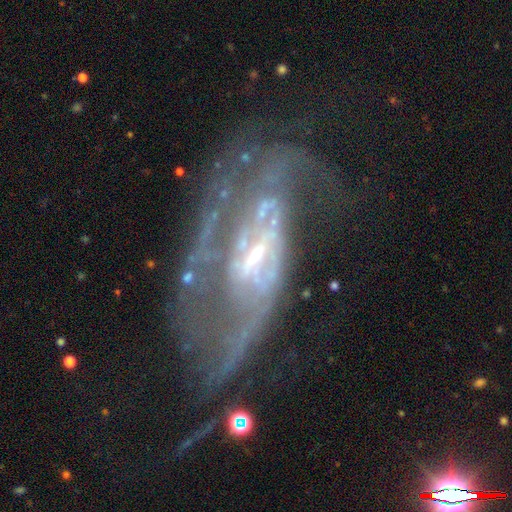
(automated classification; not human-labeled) smooth_or_featured: featured or disk (p=0.83) [alt: star or artifact p=0.09]
disk_edge_on: no (p=0.90) [alt: yes p=0.10]
bar: weak (p=0.40) [alt: strong p=0.38]
has_spiral_arms: yes (p=0.77) [alt: no p=0.23]
spiral_winding: medium (p=0.40) [alt: loose p=0.37]
spiral_arm_count: 2 (p=0.53) [alt: can't tell p=0.26]
bulge_size: small (p=0.58) [alt: moderate p=0.30]
merging: none (p=0.38) [tied with: major disturbance p=0.38]